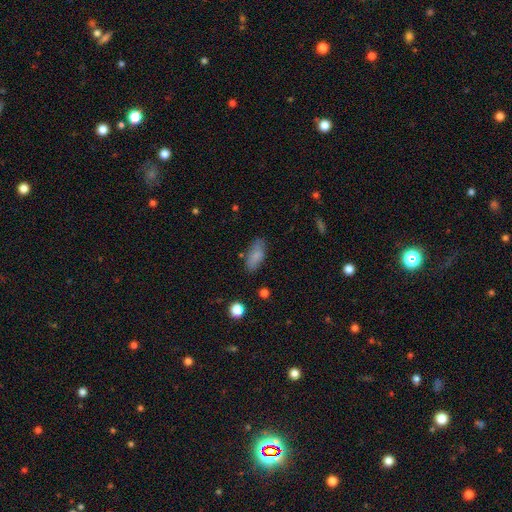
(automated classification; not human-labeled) Smooth or featured? Predicted: smooth (p=0.81). How rounded? Predicted: in between (p=0.81). Merging? Predicted: none (p=0.75).